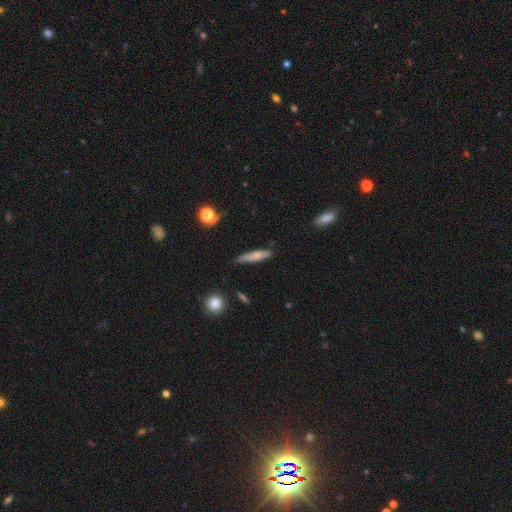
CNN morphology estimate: This is likely a smooth galaxy (69%). How rounded: clearly cigar-shaped (81%). Merging: likely none (74%).